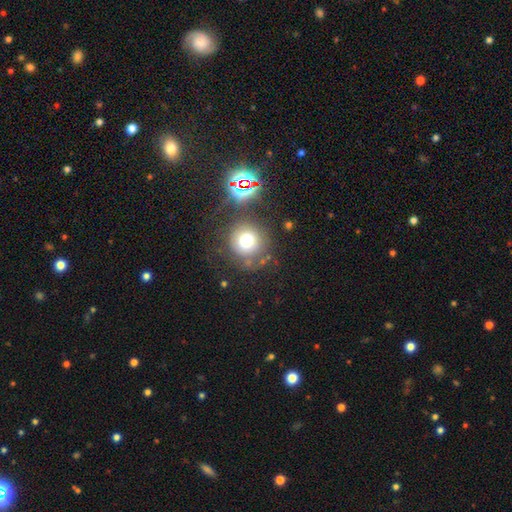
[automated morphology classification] This is marginally a smooth galaxy (40%). Merging: likely none (71%).